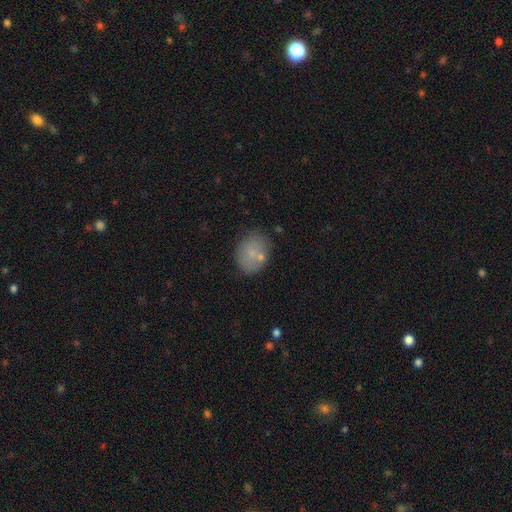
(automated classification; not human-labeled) smooth-or-featured: smooth: 72% | featured or disk: 15% | star or artifact: 13%
  how-rounded: in between: 60% | round: 39% | cigar-shaped: 1%
  merging: none: 75% | minor disturbance: 14% | merger: 7% | major disturbance: 4%